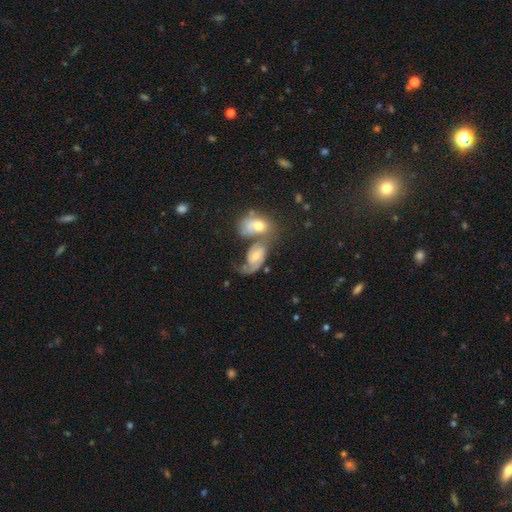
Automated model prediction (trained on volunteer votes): Smooth or featured? Predicted: featured or disk (p=0.66). Edge-on disk? Predicted: no (p=0.95). Bar? Predicted: no (p=0.65). Spiral arms? Predicted: yes (p=0.85). Spiral winding? Predicted: medium (p=0.39). Spiral arm count? Predicted: 2 (p=0.46). Bulge size? Predicted: moderate (p=0.48). Merging? Predicted: merger (p=0.45).